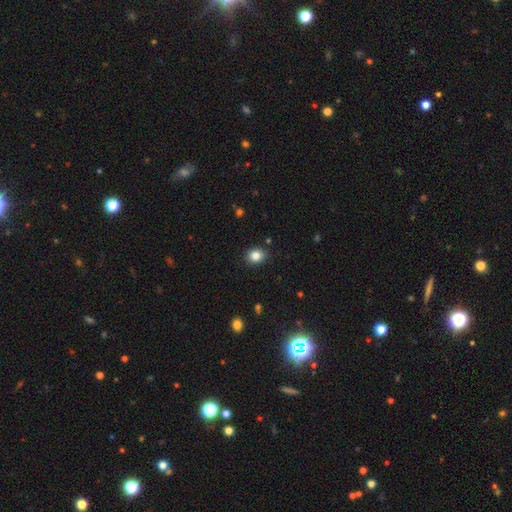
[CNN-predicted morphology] smooth-or-featured: smooth: 83% | star or artifact: 10% | featured or disk: 7%
  how-rounded: round: 52% | in between: 47% | cigar-shaped: 1%
  merging: none: 88% | minor disturbance: 9% | major disturbance: 2% | merger: 1%